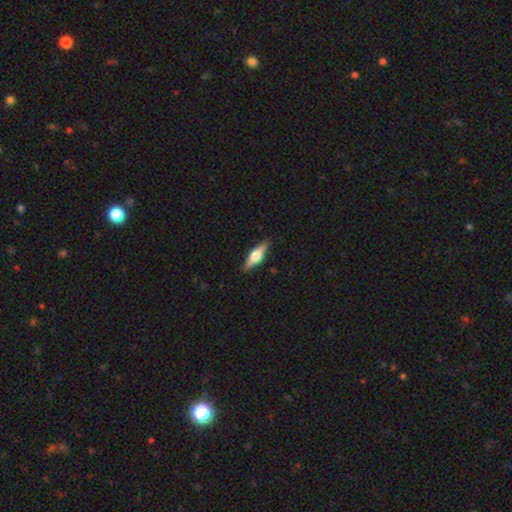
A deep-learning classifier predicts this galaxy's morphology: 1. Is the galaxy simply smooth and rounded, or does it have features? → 57% featured or disk, 37% smooth, 6% star or artifact.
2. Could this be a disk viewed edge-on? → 95% yes, 5% no.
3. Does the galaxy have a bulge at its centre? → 93% rounded, 5% boxy, 2% none.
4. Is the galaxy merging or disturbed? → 89% none, 8% minor disturbance, 2% major disturbance, 1% merger.